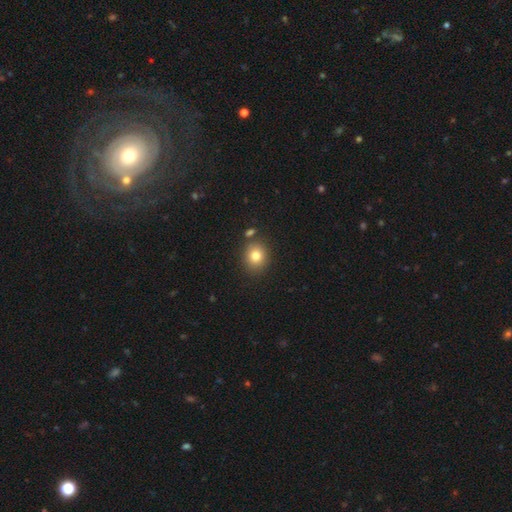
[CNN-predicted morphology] type=smooth (79%); roundness=round (74%); merging=none (80%).